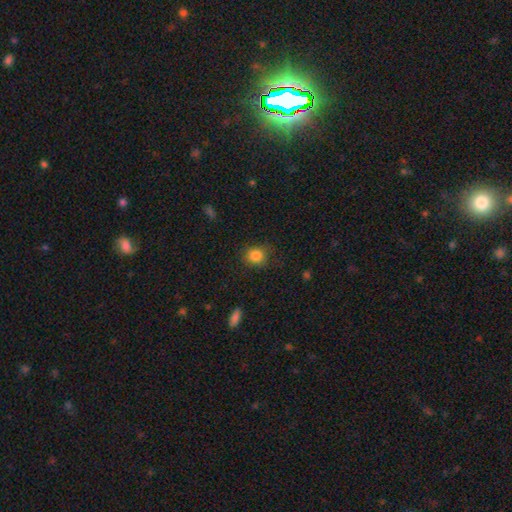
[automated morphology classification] smooth-or-featured: smooth: 85% | star or artifact: 10% | featured or disk: 5%
  how-rounded: round: 81% | in between: 18% | cigar-shaped: 1%
  merging: none: 80% | minor disturbance: 14% | major disturbance: 5% | merger: 1%